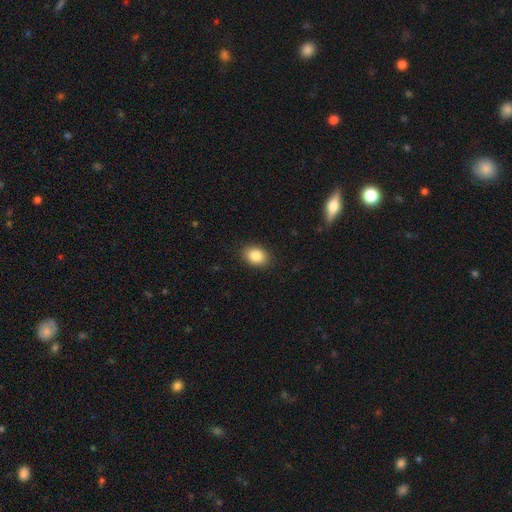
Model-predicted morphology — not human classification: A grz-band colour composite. It shows a smooth galaxy with no disk features (86%) that is in between round and cigar-shaped (70%). Merging: none (89%).